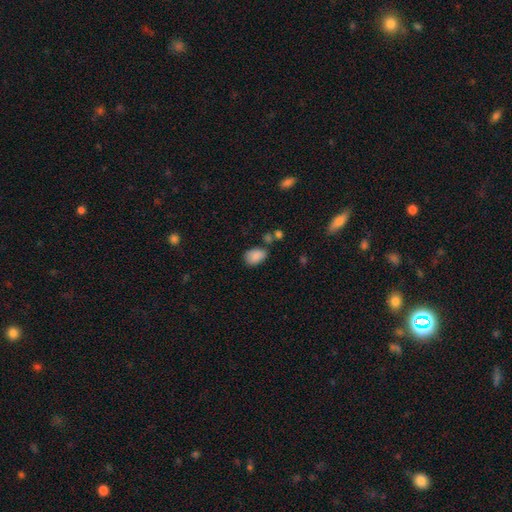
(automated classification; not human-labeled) This appears to be a smooth galaxy with no disk features (87%) that is in between round and cigar-shaped (85%). Merging: none (65%).